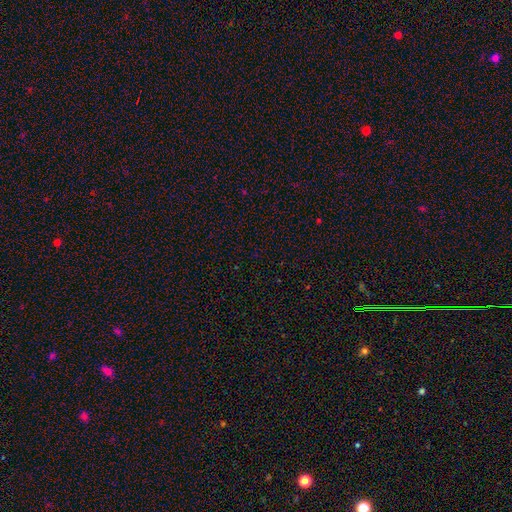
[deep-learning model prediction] Smooth or featured? Predicted: star or artifact (p=0.67).